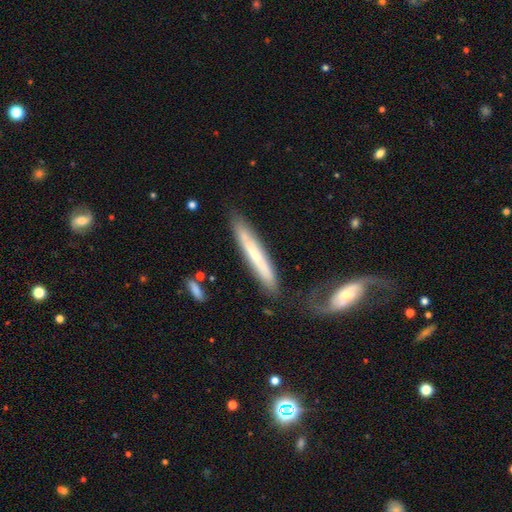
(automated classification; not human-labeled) smooth_or_featured: featured or disk (p=0.47) [tied with: smooth p=0.47]
merging: none (p=0.73) [alt: minor disturbance p=0.15]